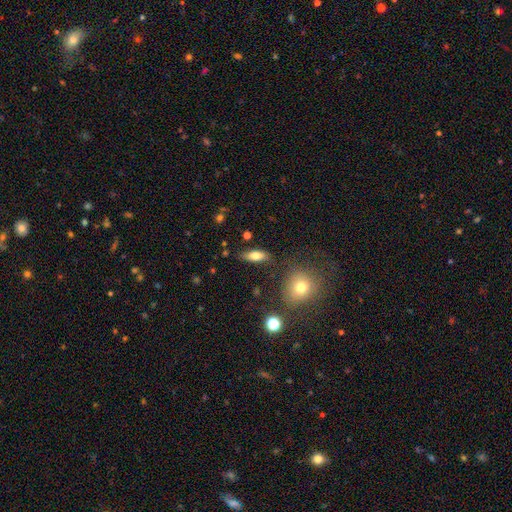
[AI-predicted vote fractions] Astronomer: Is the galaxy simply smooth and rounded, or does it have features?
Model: smooth — 75%.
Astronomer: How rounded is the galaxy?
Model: in between — 75%.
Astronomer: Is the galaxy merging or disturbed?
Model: none — 80%.